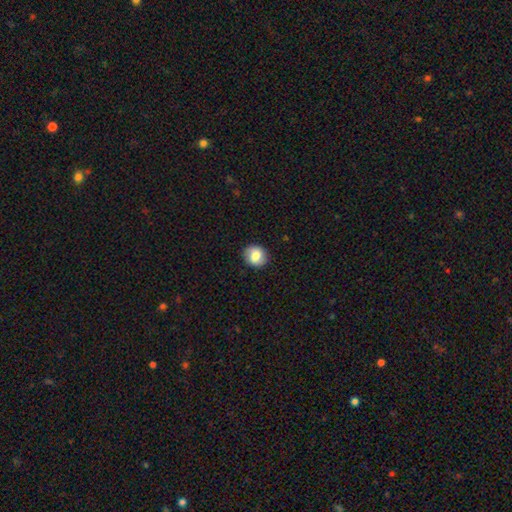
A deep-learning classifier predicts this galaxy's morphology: Q: Smooth or featured?
A: smooth (76%); runner-up: featured or disk (15%)
Q: How rounded?
A: round (78%); runner-up: in between (21%)
Q: Merging?
A: none (87%); runner-up: minor disturbance (10%)